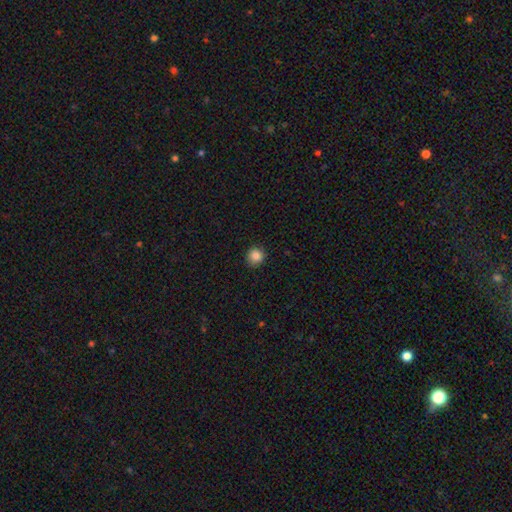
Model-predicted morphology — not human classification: This is clearly a smooth galaxy (86%). How rounded: clearly round (89%). Merging: clearly none (88%).